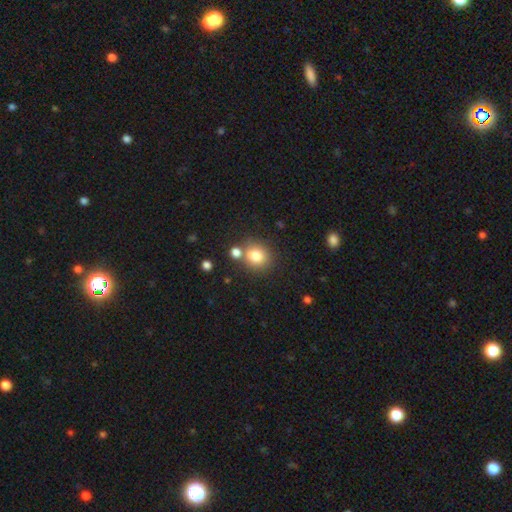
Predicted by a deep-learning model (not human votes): Overall: smooth (79%). How rounded: round (81%). Merging: none (68%).